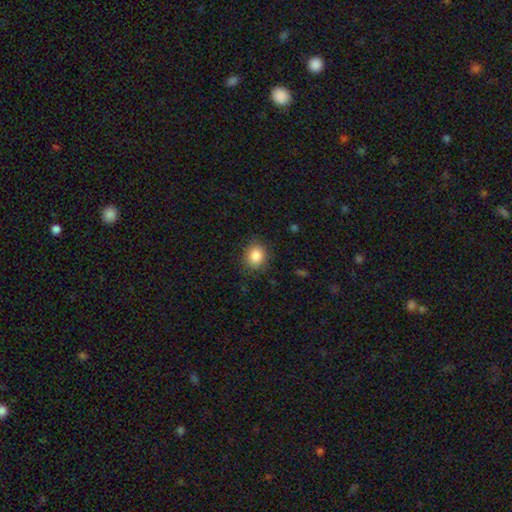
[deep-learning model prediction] Morphology: type=smooth (86%); roundness=round (67%); merging=none (85%).